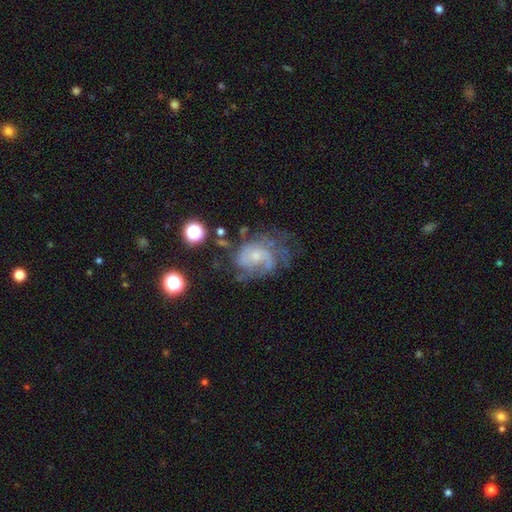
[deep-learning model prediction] Q: Smooth or featured?
A: featured or disk (73%); runner-up: smooth (16%)
Q: Edge-on disk?
A: no (97%); runner-up: yes (3%)
Q: Bar?
A: no (70%); runner-up: weak (26%)
Q: Spiral arms?
A: yes (82%); runner-up: no (18%)
Q: Spiral winding?
A: medium (41%); runner-up: tight (38%)
Q: Spiral arm count?
A: can't tell (41%); runner-up: 2 (28%)
Q: Bulge size?
A: small (59%); runner-up: moderate (29%)
Q: Merging?
A: none (44%); runner-up: major disturbance (28%)